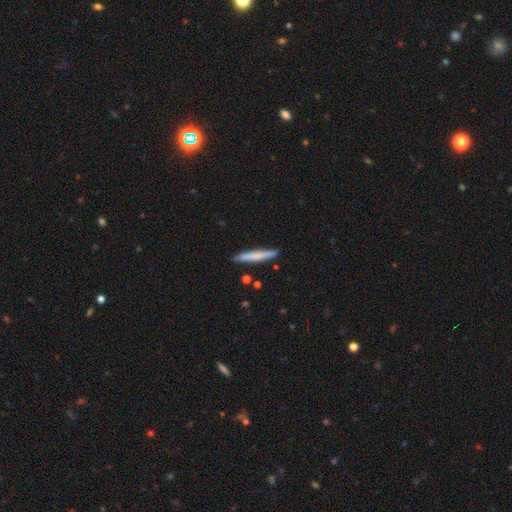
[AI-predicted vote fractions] The model was most divided on "smooth or featured": smooth: 71%, featured or disk: 24%, star or artifact: 5%. More confident: how rounded — cigar-shaped (95%); merging — none (89%).